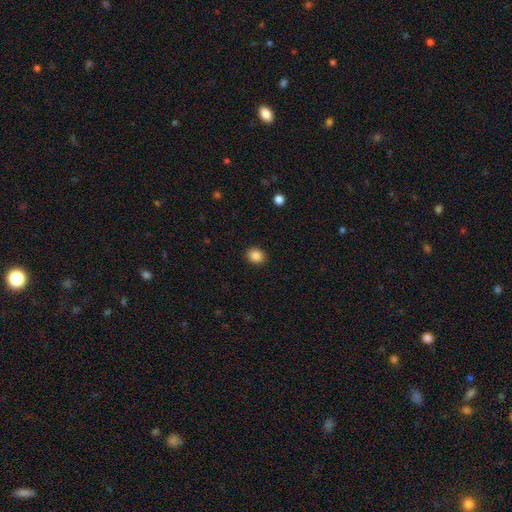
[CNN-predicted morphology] Smooth or featured? Predicted: smooth (p=0.87). How rounded? Predicted: round (p=0.64). Merging? Predicted: none (p=0.91).